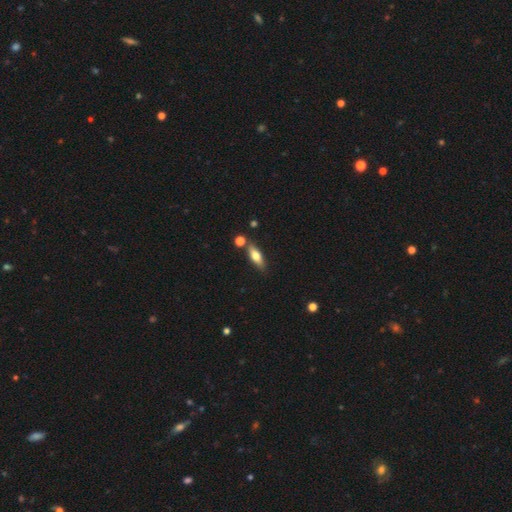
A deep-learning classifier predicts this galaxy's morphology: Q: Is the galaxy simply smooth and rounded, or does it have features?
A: smooth — 60%.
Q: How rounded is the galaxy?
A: in between — 51%.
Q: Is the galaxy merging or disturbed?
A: none — 75%.